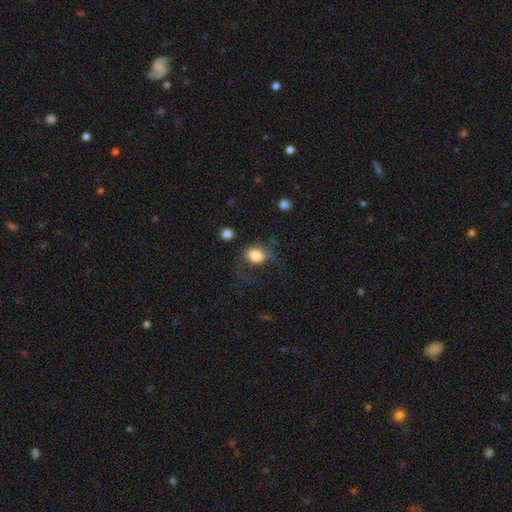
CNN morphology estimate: This is clearly a smooth galaxy (82%). How rounded: possibly round (53%). Merging: possibly none (47%).